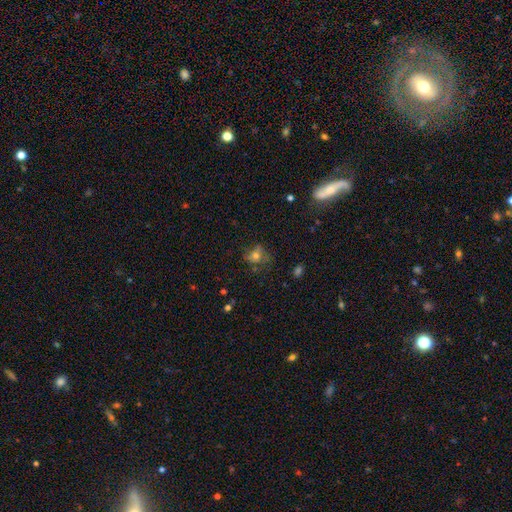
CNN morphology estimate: A smooth galaxy with no disk features (60%) that is round (57%).

Vote fractions:
- Smooth or featured? smooth: 60% / featured or disk: 23% / star or artifact: 17%
- How rounded? round: 57% / in between: 42% / cigar-shaped: 1%
- Merging? none: 52% / minor disturbance: 25% / major disturbance: 20% / merger: 3%